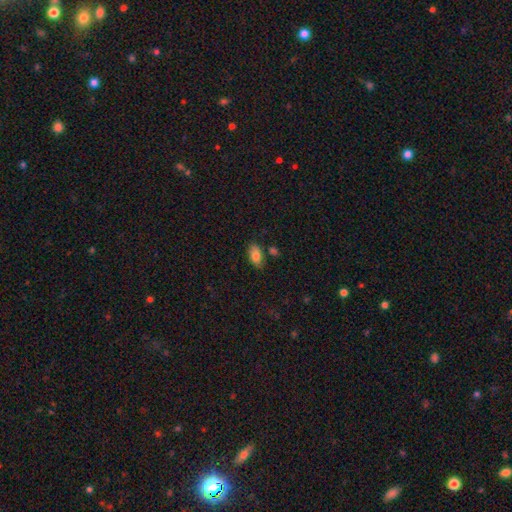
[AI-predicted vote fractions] smooth 82%, featured or disk 10%, star or artifact 8%. Down the decision tree: how rounded — in between (92%); merging — none (76%).